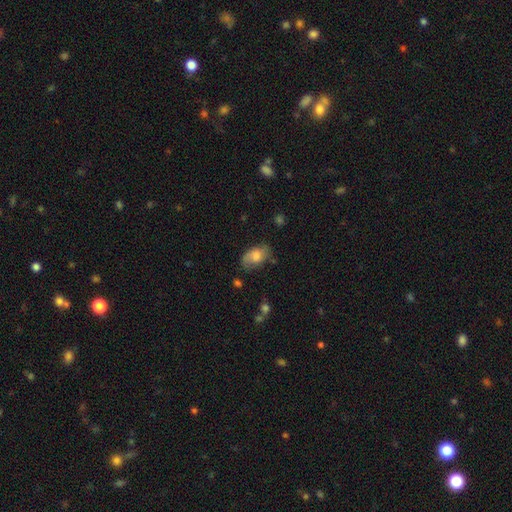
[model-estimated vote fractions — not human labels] Morphology: type=smooth (70%); roundness=in between (89%); merging=none (58%).